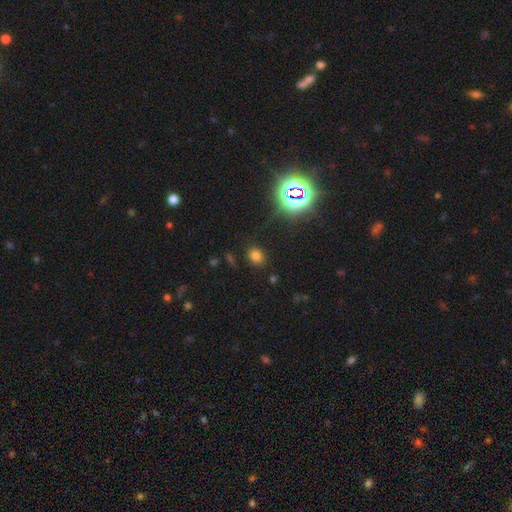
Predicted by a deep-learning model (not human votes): Smooth or featured? Predicted: smooth (p=0.72). How rounded? Predicted: round (p=0.51). Merging? Predicted: none (p=0.86).